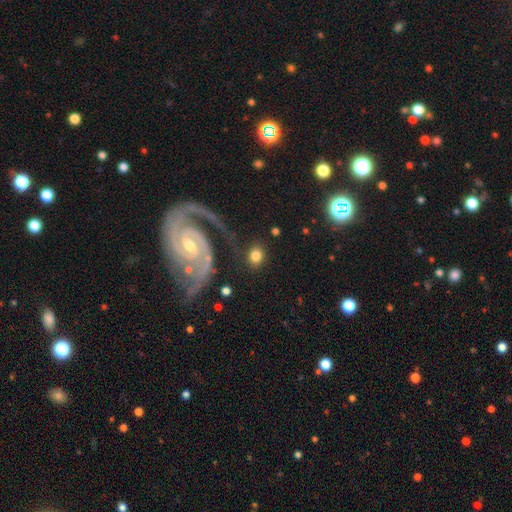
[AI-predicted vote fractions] Overall: smooth (73%). How rounded: round (69%; in between 29%). Merging: none (78%).